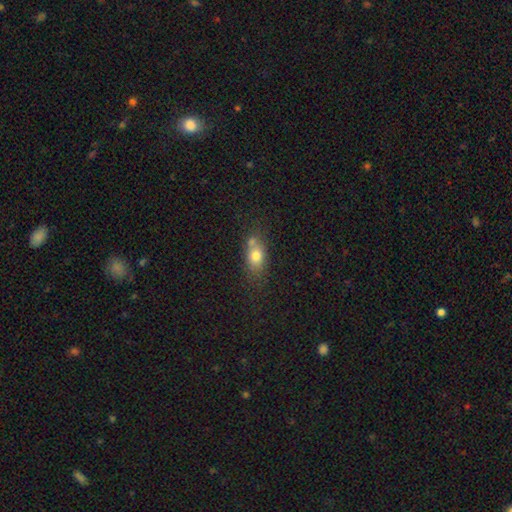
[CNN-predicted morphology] smooth-or-featured: smooth: 74% | featured or disk: 16% | star or artifact: 10%
  how-rounded: in between: 70% | round: 24% | cigar-shaped: 5%
  merging: none: 47% | merger: 31% | minor disturbance: 16% | major disturbance: 5%